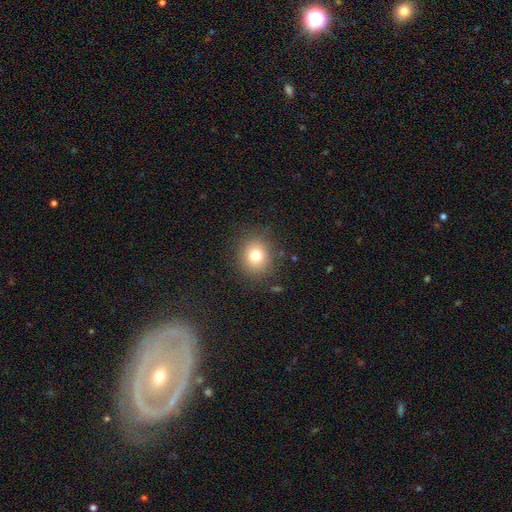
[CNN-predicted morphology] This appears to be a smooth galaxy with no disk features (77%) that is round (78%). Merging: none (86%).